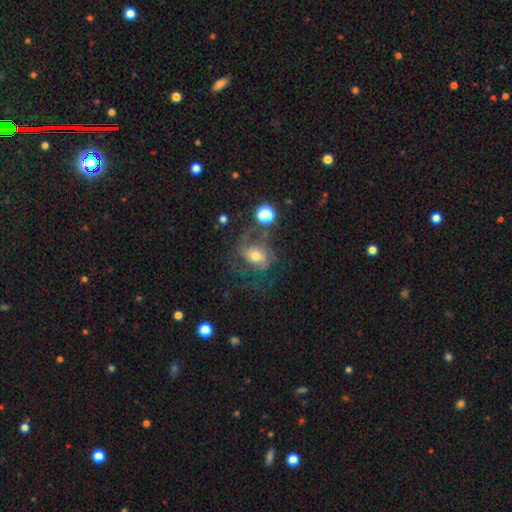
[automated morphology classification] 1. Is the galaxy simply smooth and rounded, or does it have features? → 69% featured or disk, 20% smooth, 11% star or artifact.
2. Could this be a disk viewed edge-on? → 97% no, 3% yes.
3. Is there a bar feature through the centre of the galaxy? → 58% no, 32% weak, 10% strong.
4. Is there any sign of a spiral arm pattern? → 84% yes, 16% no.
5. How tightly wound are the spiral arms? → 46% medium, 28% tight, 26% loose.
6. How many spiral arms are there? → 32% 2, 31% can't tell, 19% 3, 9% 1, 5% 4, 4% more than 4.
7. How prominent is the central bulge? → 60% moderate, 28% small, 8% large, 2% none, 1% dominant.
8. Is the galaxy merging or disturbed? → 46% none, 30% major disturbance, 19% minor disturbance, 5% merger.